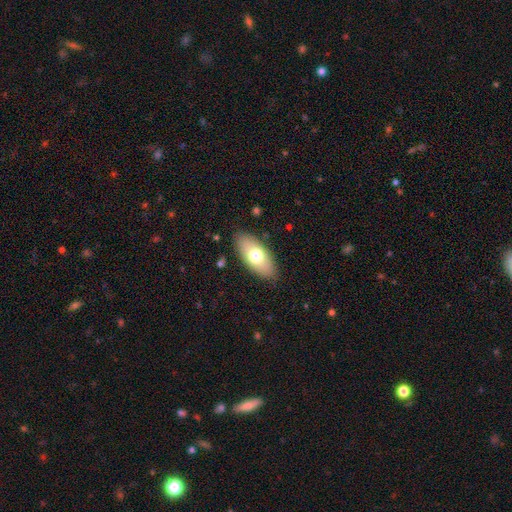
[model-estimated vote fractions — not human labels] This is likely a smooth galaxy (69%). How rounded: clearly in between (90%). Merging: clearly none (86%).